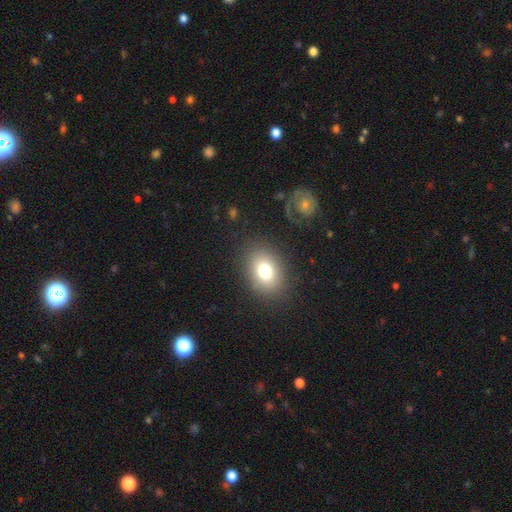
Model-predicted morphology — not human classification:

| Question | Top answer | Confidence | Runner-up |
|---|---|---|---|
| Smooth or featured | smooth | 76% | star or artifact (12%) |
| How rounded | in between | 63% | round (36%) |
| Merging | none | 86% | minor disturbance (9%) |